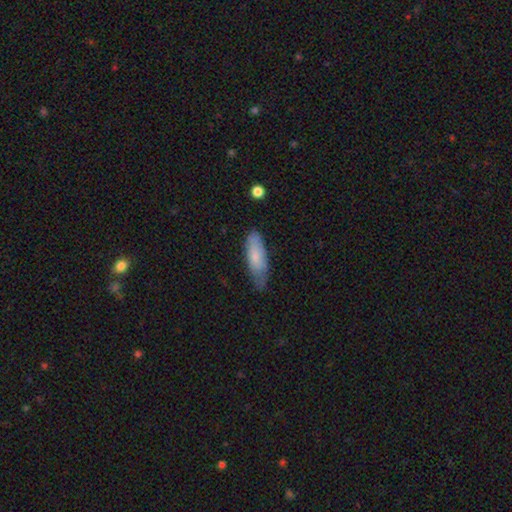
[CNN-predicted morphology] smooth-or-featured: smooth: 71% | featured or disk: 23% | star or artifact: 6%
  how-rounded: in between: 60% | cigar-shaped: 38% | round: 2%
  merging: none: 60% | minor disturbance: 31% | major disturbance: 7% | merger: 2%